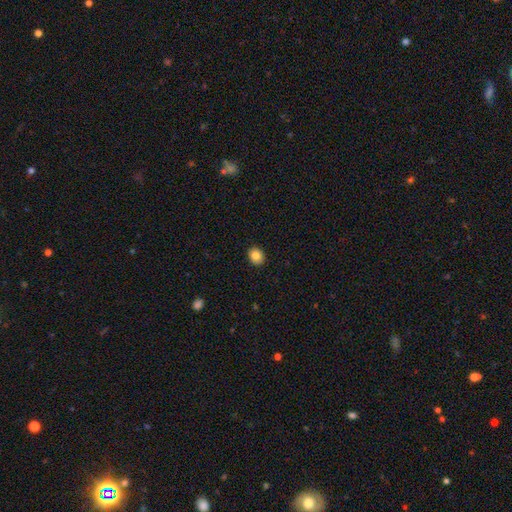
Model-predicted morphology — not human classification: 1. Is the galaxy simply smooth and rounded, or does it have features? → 84% smooth, 9% star or artifact, 7% featured or disk.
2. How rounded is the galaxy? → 61% round, 38% in between, 1% cigar-shaped.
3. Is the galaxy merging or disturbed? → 91% none, 7% minor disturbance, 2% major disturbance, 1% merger.